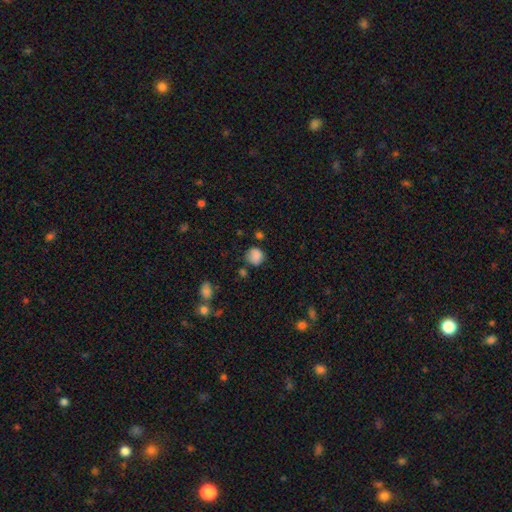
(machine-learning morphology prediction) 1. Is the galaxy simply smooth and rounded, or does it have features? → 83% smooth, 10% star or artifact, 7% featured or disk.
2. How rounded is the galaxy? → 82% round, 17% in between, 1% cigar-shaped.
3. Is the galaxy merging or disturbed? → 65% none, 23% minor disturbance, 7% major disturbance, 5% merger.